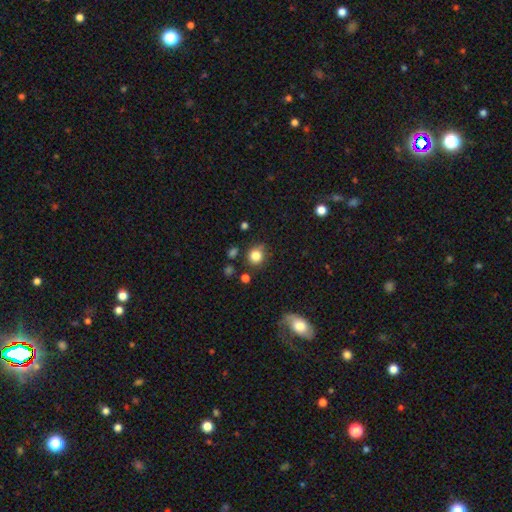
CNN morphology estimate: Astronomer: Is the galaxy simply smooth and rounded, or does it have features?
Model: smooth — 83%.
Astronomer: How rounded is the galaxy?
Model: round — 83%.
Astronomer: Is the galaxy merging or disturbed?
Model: none — 76%.